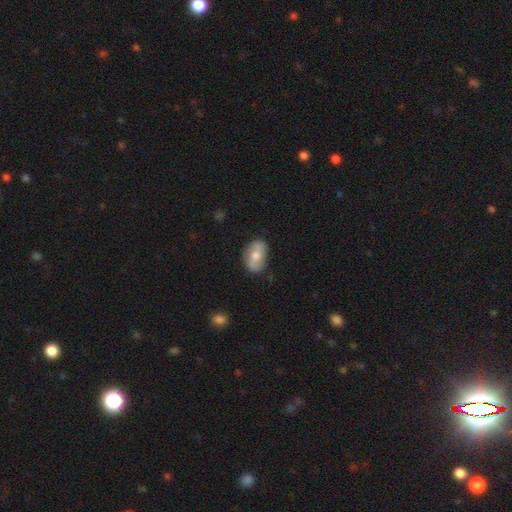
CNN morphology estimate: Smooth or featured? smooth (64%)
How rounded? in between (85%)
Merging? none (76%)